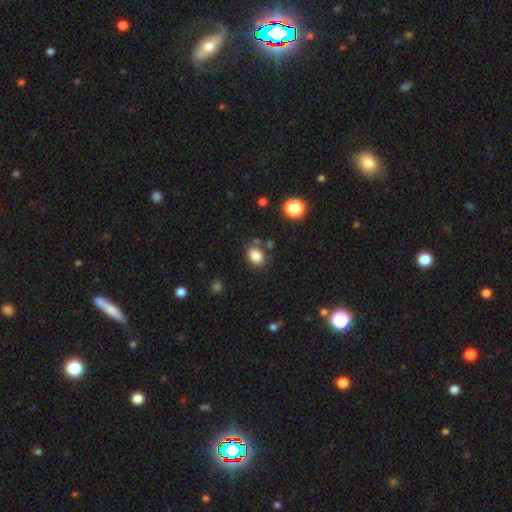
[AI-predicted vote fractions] Smooth or featured? Predicted: smooth (p=0.85). How rounded? Predicted: in between (p=0.69). Merging? Predicted: none (p=0.76).